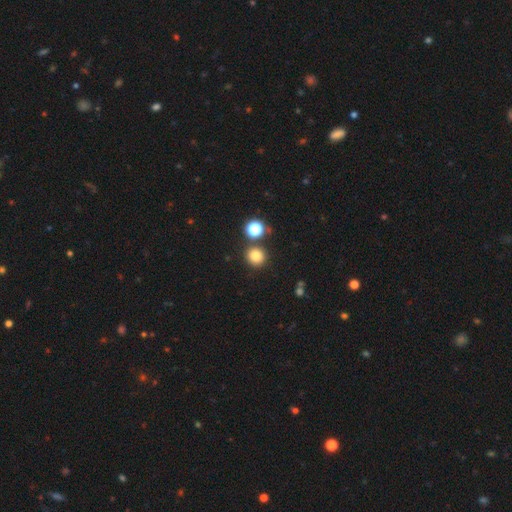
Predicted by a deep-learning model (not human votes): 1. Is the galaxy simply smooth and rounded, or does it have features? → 79% smooth, 15% star or artifact, 6% featured or disk.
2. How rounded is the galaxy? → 91% round, 8% in between, 1% cigar-shaped.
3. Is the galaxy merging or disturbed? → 82% none, 8% merger, 7% minor disturbance, 3% major disturbance.